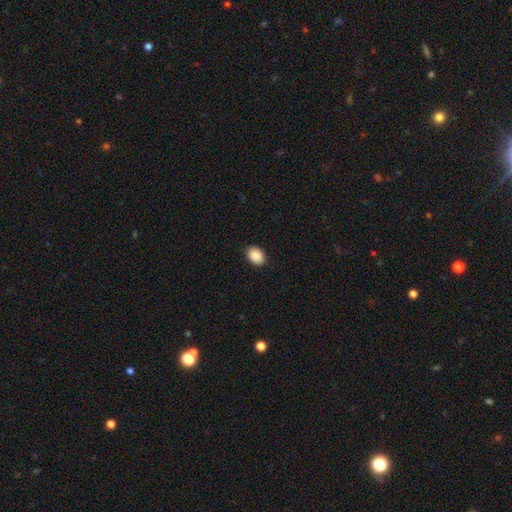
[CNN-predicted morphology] smooth 90%, star or artifact 7%, featured or disk 3%. Down the decision tree: how rounded — in between (75%); merging — none (89%).